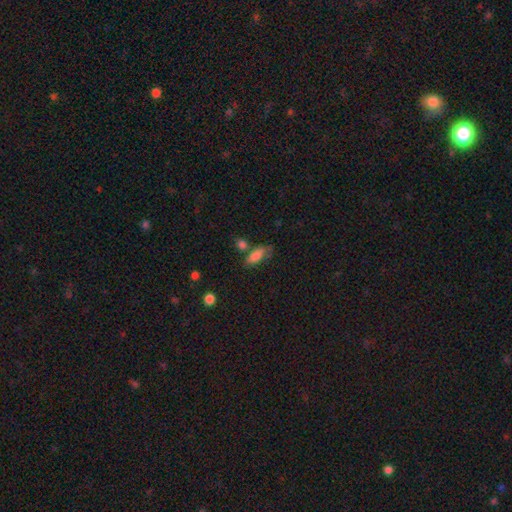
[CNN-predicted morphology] smooth-or-featured: smooth: 80% | featured or disk: 12% | star or artifact: 8%
  how-rounded: in between: 77% | cigar-shaped: 20% | round: 3%
  merging: none: 54% | minor disturbance: 23% | merger: 14% | major disturbance: 9%